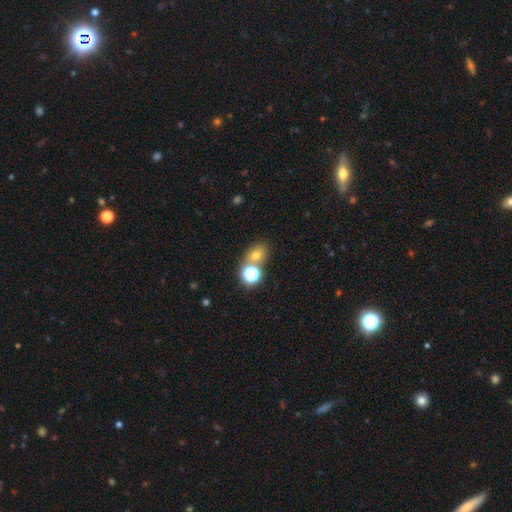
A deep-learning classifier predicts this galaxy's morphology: smooth_or_featured: smooth (p=0.64) [alt: star or artifact p=0.25]
how_rounded: round (p=0.53) [alt: in between p=0.46]
merging: none (p=0.61) [alt: merger p=0.25]